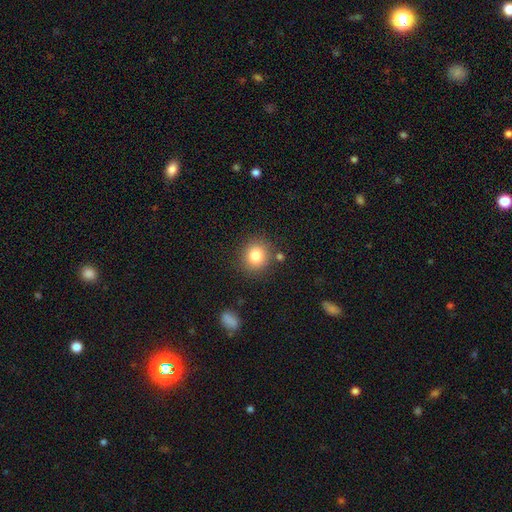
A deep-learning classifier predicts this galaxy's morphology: This appears to be a smooth galaxy with no disk features (81%) that is round (87%). Merging: none (84%).